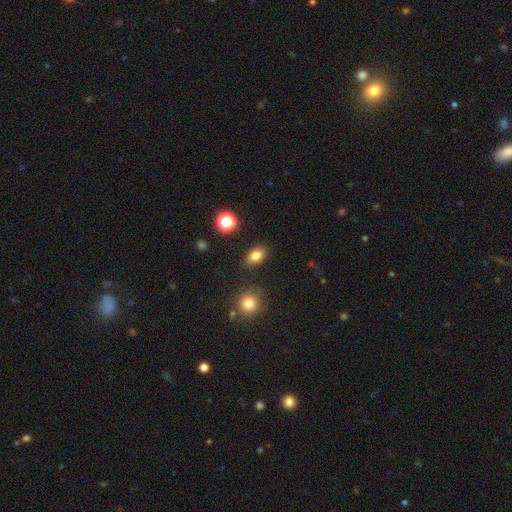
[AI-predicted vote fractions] Morphology: type=smooth (81%); roundness=in between (80%); merging=none (85%).